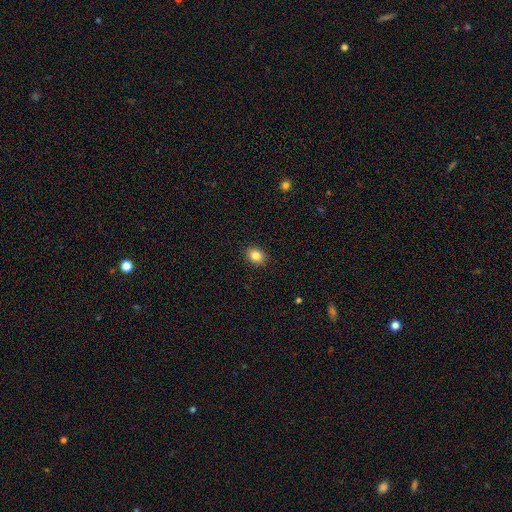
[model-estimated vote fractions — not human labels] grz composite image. It shows a smooth galaxy with no disk features (84%) that is round (57%). Merging: none (90%).